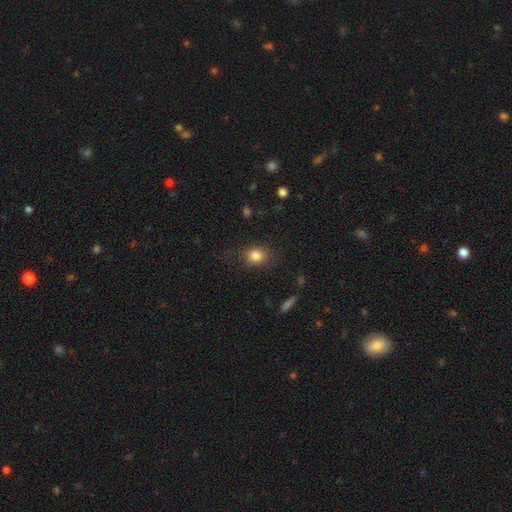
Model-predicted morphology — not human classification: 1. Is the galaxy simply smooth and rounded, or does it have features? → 83% smooth, 11% star or artifact, 7% featured or disk.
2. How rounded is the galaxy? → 62% round, 37% in between, 1% cigar-shaped.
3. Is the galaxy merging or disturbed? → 81% none, 13% minor disturbance, 5% major disturbance, 1% merger.